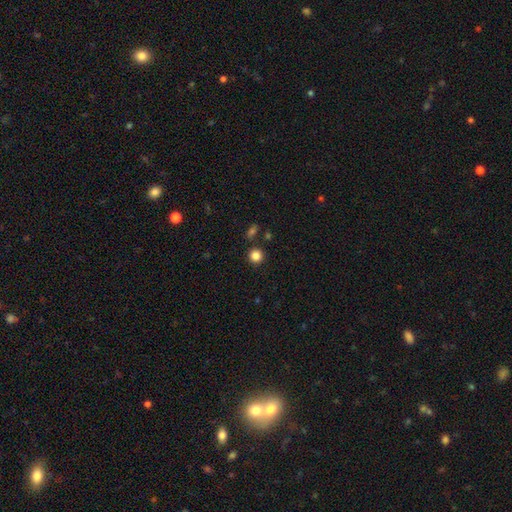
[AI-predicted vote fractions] Overall: smooth (84%). How rounded: round (94%). Merging: none (87%).